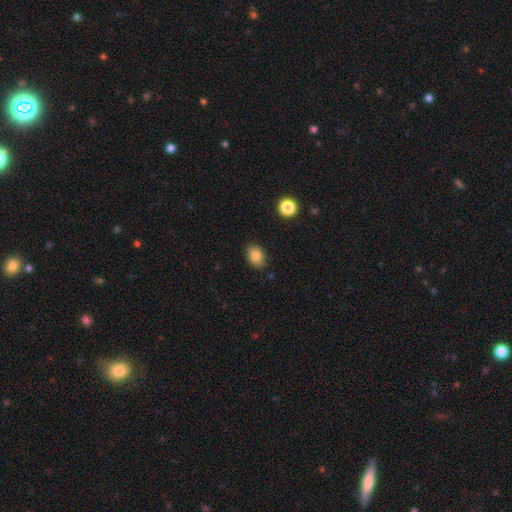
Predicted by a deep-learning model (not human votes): Morphology: type=smooth (83%); roundness=in between (76%); merging=none (86%).